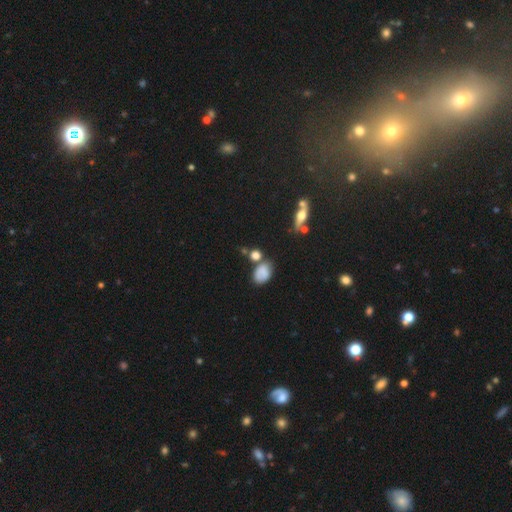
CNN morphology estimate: Q: Smooth or featured?
A: smooth (76%); runner-up: star or artifact (14%)
Q: How rounded?
A: round (50%); runner-up: in between (47%)
Q: Merging?
A: none (59%); runner-up: merger (19%)